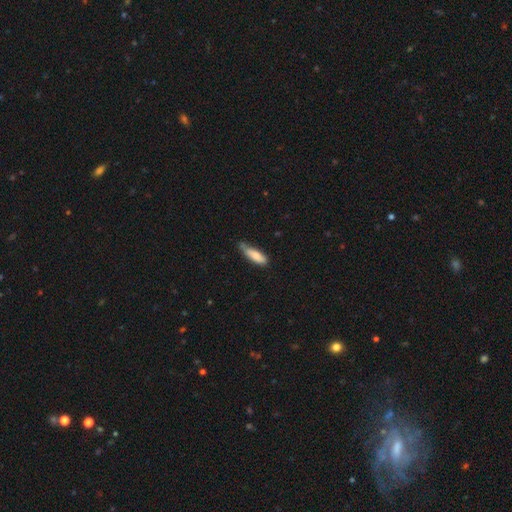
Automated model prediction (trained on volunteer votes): smooth_or_featured: smooth (p=0.80) [alt: featured or disk p=0.14]
how_rounded: cigar-shaped (p=0.53) [alt: in between p=0.46]
merging: none (p=0.46) [alt: minor disturbance p=0.42]